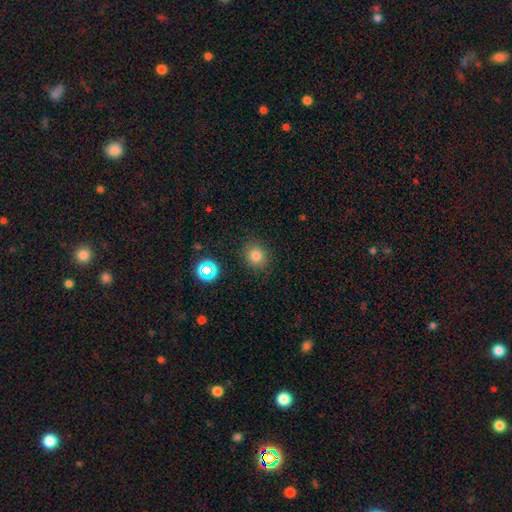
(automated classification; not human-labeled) smooth 77%, star or artifact 16%, featured or disk 7%. Down the decision tree: how rounded — round (83%); merging — none (87%).